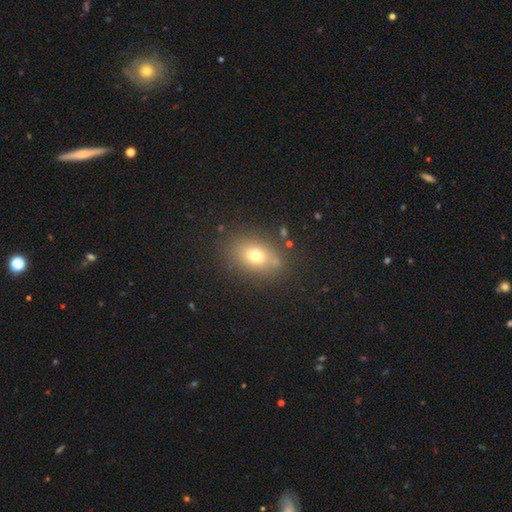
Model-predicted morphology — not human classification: Smooth or featured: smooth — 72% (featured or disk — 15%)
How rounded: in between — 76% (round — 22%)
Merging: none — 81% (minor disturbance — 12%)